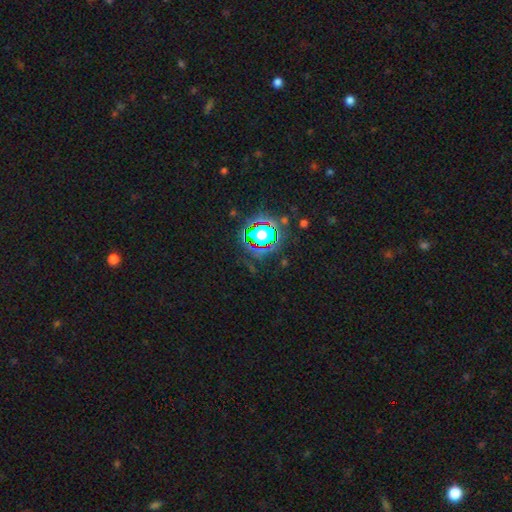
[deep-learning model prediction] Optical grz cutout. It shows a star or artifact, not a galaxy (82%).